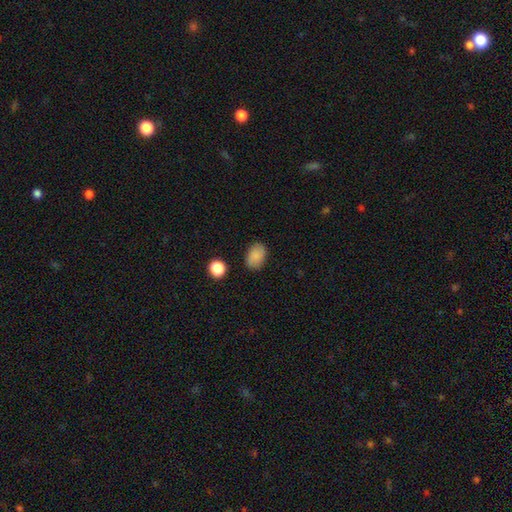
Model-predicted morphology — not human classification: Q: Smooth or featured?
A: smooth (86%); runner-up: star or artifact (9%)
Q: How rounded?
A: in between (80%); runner-up: round (19%)
Q: Merging?
A: none (83%); runner-up: minor disturbance (13%)